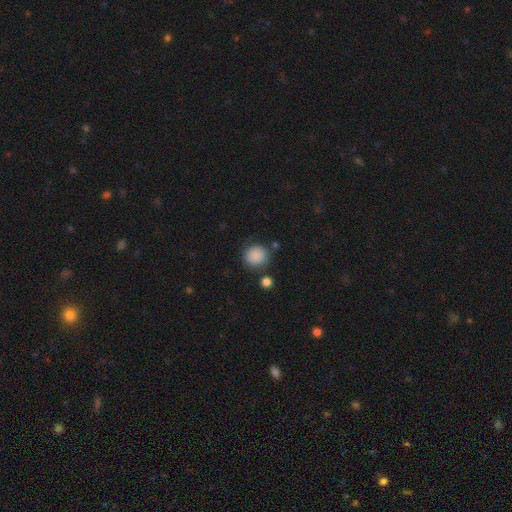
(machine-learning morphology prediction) smooth-or-featured: smooth: 88% | star or artifact: 9% | featured or disk: 3%
  how-rounded: round: 89% | in between: 10% | cigar-shaped: 1%
  merging: none: 80% | minor disturbance: 11% | merger: 6% | major disturbance: 4%